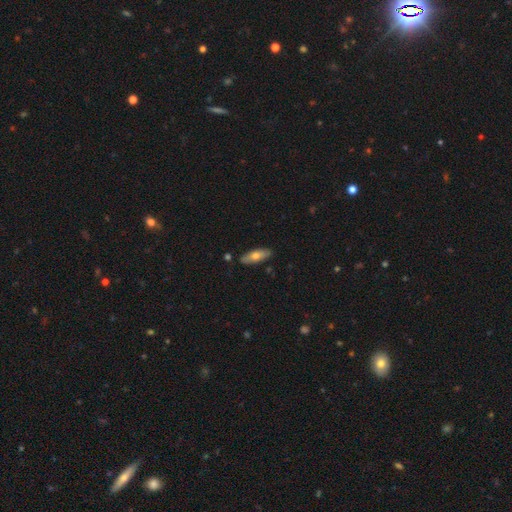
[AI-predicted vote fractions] A smooth galaxy with no disk features (63%) that is in between round and cigar-shaped (62%). Merging: none (86%).